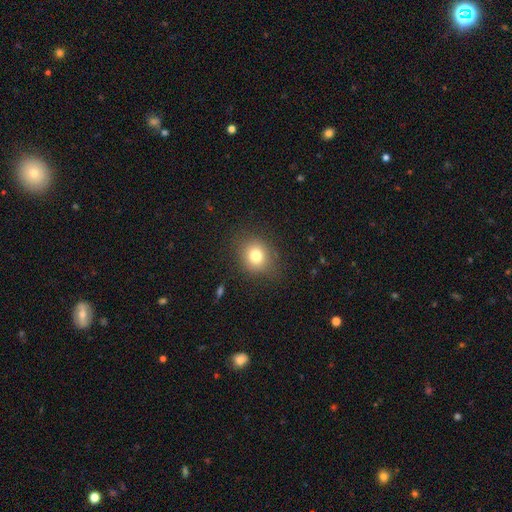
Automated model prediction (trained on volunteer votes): smooth 77%, star or artifact 13%, featured or disk 10%. Down the decision tree: how rounded — round (71%); merging — none (82%).